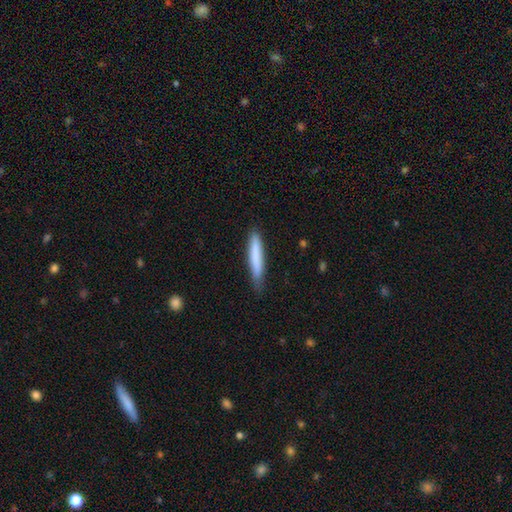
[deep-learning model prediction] Smooth or featured: smooth — 78% (featured or disk — 16%)
How rounded: cigar-shaped — 93% (in between — 6%)
Merging: none — 76% (minor disturbance — 19%)